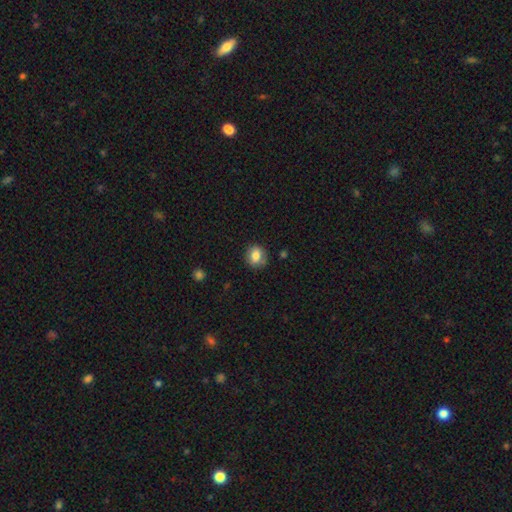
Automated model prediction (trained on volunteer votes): A smooth galaxy with no disk features (80%) that is round (66%).

Vote fractions:
- Smooth or featured? smooth: 80% / featured or disk: 11% / star or artifact: 9%
- How rounded? round: 66% / in between: 33% / cigar-shaped: 1%
- Merging? none: 77% / minor disturbance: 16% / major disturbance: 4% / merger: 3%